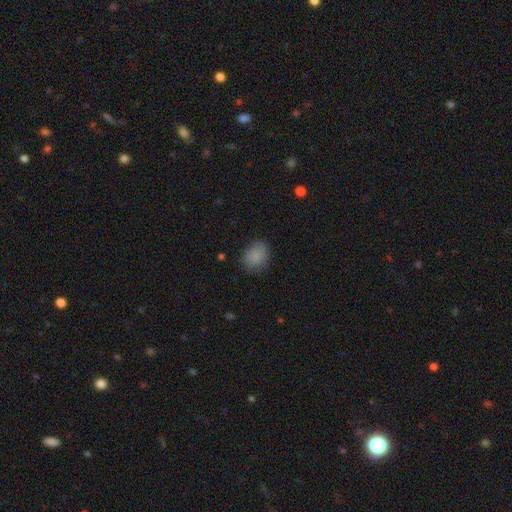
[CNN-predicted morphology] type=smooth (85%); roundness=in between (51%); merging=none (76%).